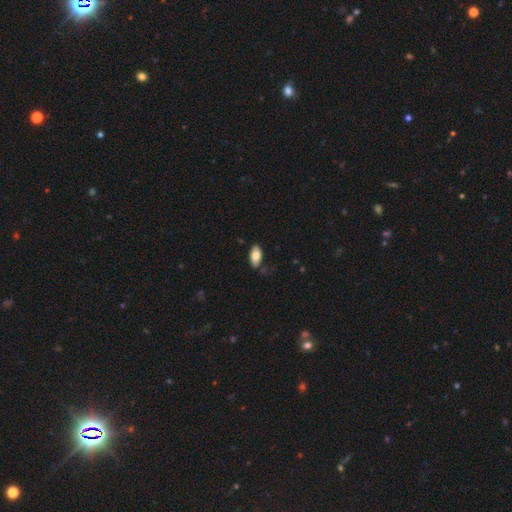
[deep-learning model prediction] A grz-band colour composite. It shows a smooth galaxy with no disk features (78%) that is in between round and cigar-shaped (92%). Merging: none (80%).